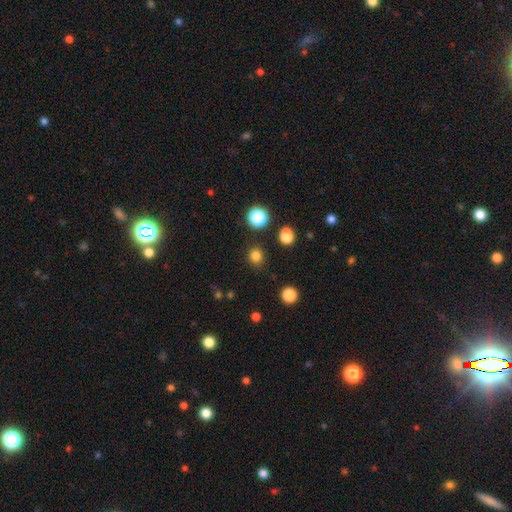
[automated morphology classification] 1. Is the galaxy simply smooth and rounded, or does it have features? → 81% smooth, 16% star or artifact, 4% featured or disk.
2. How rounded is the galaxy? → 90% round, 9% in between, 1% cigar-shaped.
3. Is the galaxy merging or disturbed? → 89% none, 7% minor disturbance, 3% major disturbance, 2% merger.